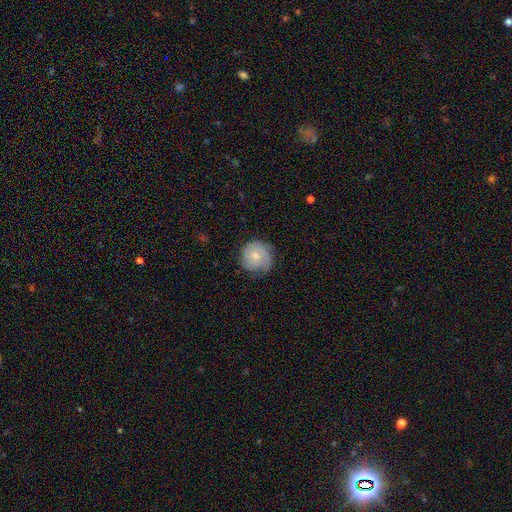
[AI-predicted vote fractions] Overall: smooth (52%; featured or disk 41%). How rounded: round (91%). Merging: none (69%).